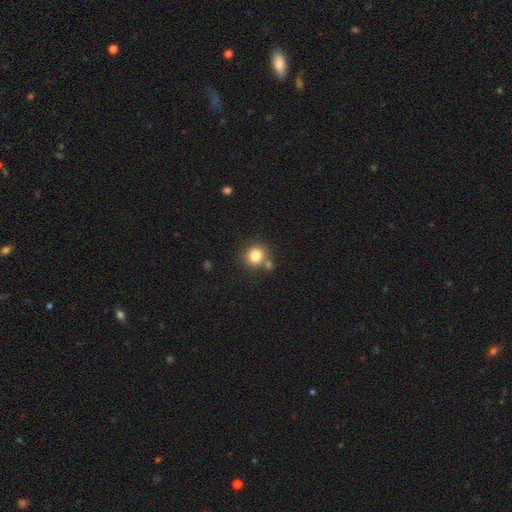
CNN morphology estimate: Smooth or featured? smooth (82%)
How rounded? round (86%)
Merging? none (66%)